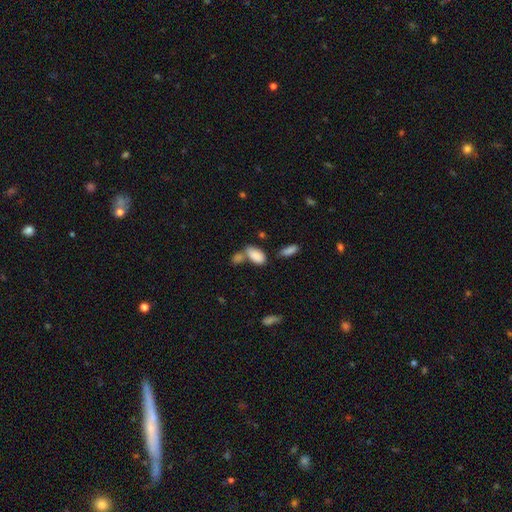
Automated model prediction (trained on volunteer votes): smooth_or_featured: smooth (p=0.86) [alt: star or artifact p=0.08]
how_rounded: in between (p=0.93) [alt: cigar-shaped p=0.04]
merging: none (p=0.43) [alt: merger p=0.39]